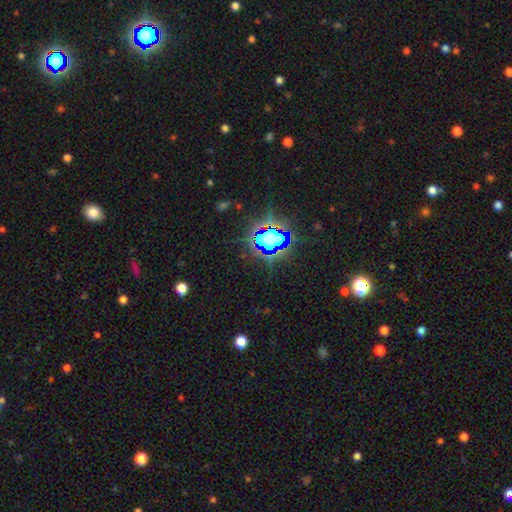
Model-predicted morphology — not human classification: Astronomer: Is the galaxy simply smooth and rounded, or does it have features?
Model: star or artifact — 83%.